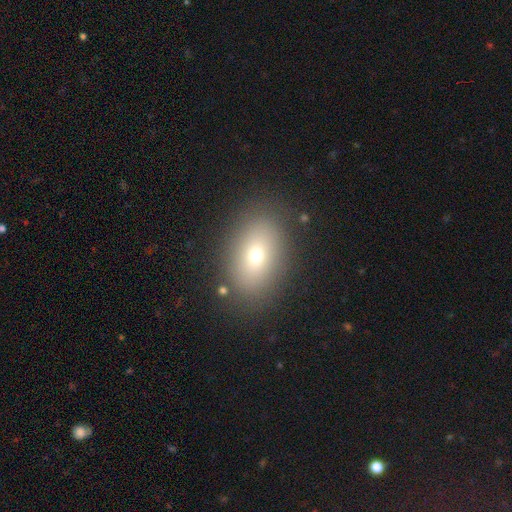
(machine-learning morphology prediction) A smooth galaxy with no disk features (71%) that is in between round and cigar-shaped (84%). Merging: none (86%).